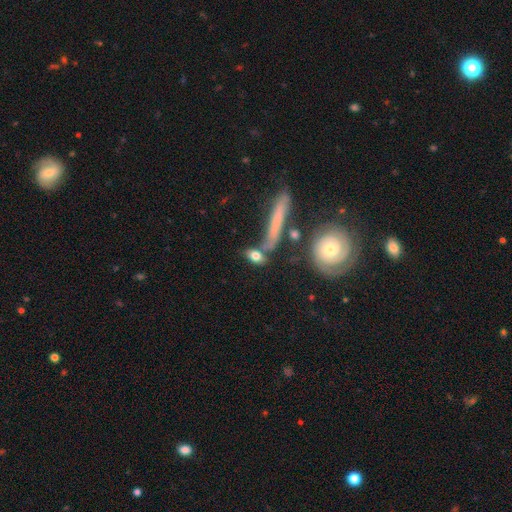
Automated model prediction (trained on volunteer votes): smooth_or_featured: smooth (p=0.75) [alt: featured or disk p=0.16]
how_rounded: in between (p=0.66) [alt: cigar-shaped p=0.23]
merging: none (p=0.57) [alt: merger p=0.20]